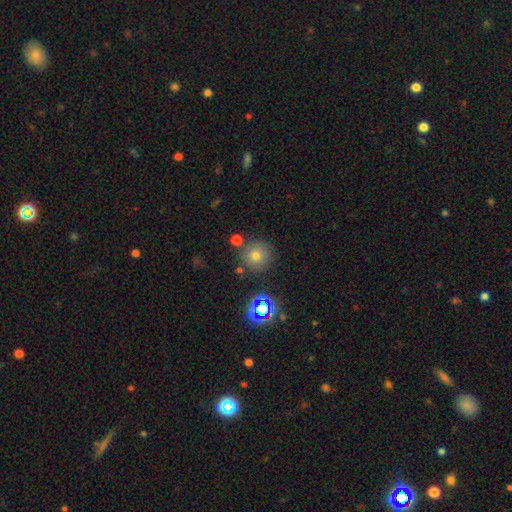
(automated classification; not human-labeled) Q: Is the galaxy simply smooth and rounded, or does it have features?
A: smooth — 69%.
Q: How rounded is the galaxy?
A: round — 95%.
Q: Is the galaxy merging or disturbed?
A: none — 81%.